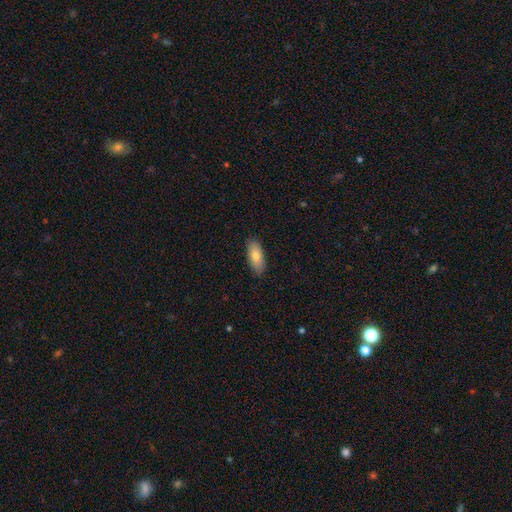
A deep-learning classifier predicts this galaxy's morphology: The model was most divided on "smooth or featured": smooth: 79%, featured or disk: 15%, star or artifact: 6%. More confident: merging — none (87%); how rounded — in between (82%).